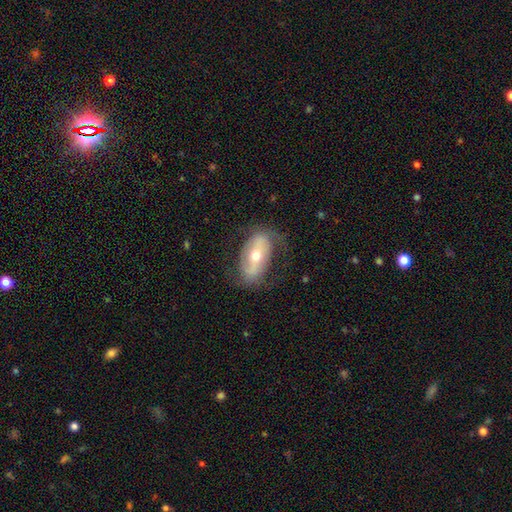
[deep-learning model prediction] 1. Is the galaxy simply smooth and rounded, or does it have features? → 64% featured or disk, 29% smooth, 7% star or artifact.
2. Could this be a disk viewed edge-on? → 88% no, 12% yes.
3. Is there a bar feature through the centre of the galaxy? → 42% strong, 31% no, 27% weak.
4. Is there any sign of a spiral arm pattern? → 61% yes, 39% no.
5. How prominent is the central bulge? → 61% moderate, 34% small, 3% large, 1% dominant, 1% none.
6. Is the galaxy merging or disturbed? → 67% none, 20% minor disturbance, 12% major disturbance, 1% merger.